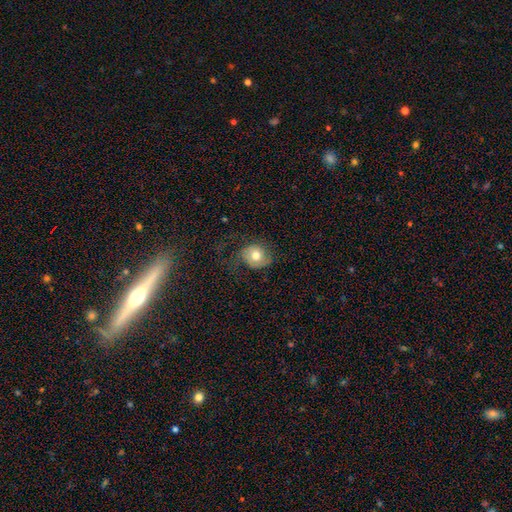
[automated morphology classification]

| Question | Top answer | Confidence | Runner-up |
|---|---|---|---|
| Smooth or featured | smooth | 59% | featured or disk (33%) |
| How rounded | round | 67% | in between (32%) |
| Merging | none | 49% | major disturbance (27%) |